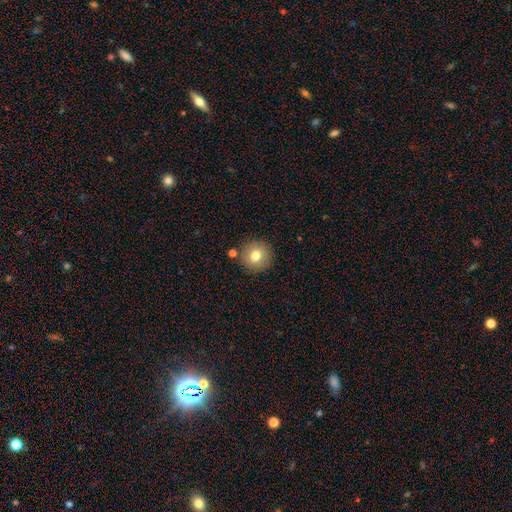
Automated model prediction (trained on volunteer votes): Smooth or featured: smooth — 77% (featured or disk — 13%)
How rounded: round — 94% (in between — 5%)
Merging: none — 84% (minor disturbance — 8%)